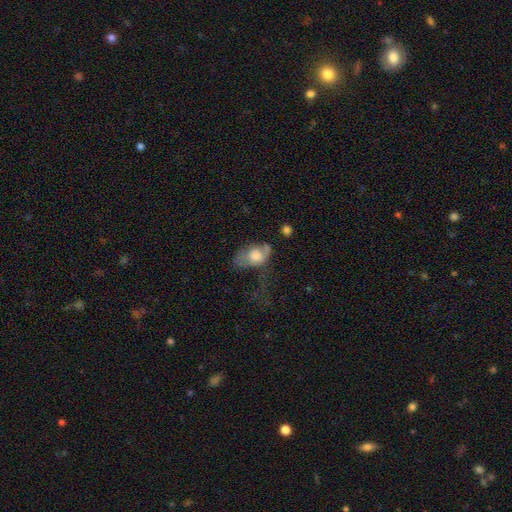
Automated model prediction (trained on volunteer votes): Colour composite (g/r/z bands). It shows a smooth galaxy with no disk features (58%) that is in between round and cigar-shaped (83%). Merging: major disturbance (42%).